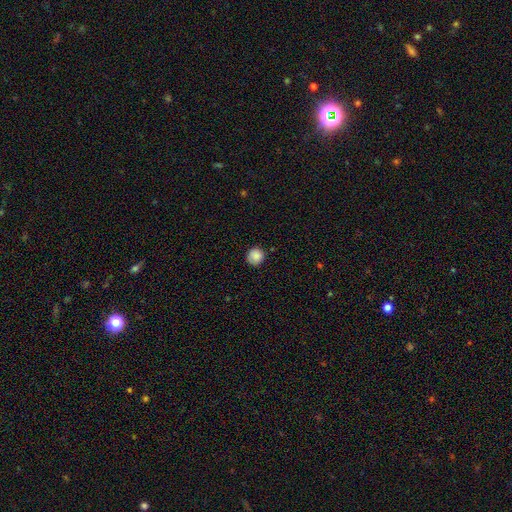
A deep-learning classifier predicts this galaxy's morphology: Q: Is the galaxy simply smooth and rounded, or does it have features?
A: smooth — 86%.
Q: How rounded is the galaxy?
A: round — 91%.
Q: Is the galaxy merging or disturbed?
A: none — 83%.